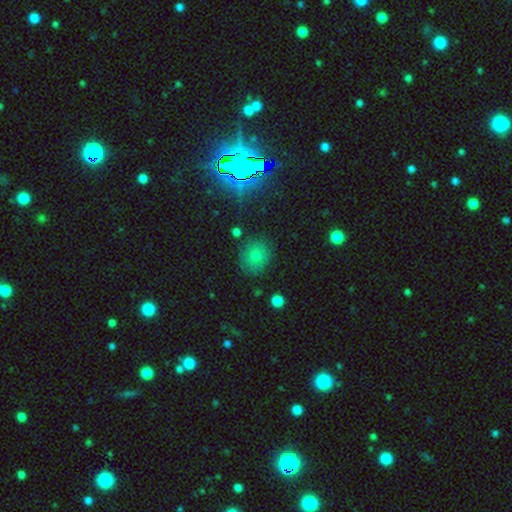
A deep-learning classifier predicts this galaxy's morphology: Overall: smooth (65%; star or artifact 25%). How rounded: round (75%). Merging: none (83%).